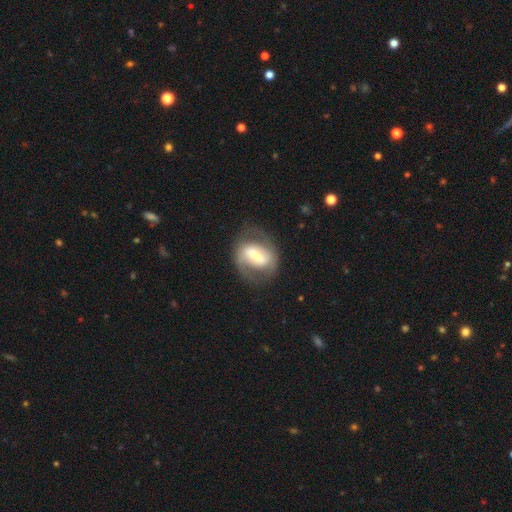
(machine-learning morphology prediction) Smooth or featured? featured or disk (69%)
Edge-on disk? no (95%)
Bar? strong (57%)
Spiral arms? yes (78%)
Spiral winding? medium (47%)
Spiral arm count? 2 (82%)
Bulge size? moderate (40%)
Merging? none (68%)